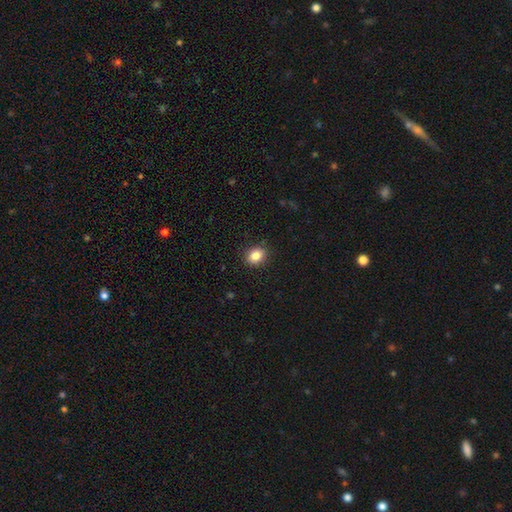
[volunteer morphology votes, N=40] Smooth or featured?
  - smooth: 85% *
  - star or artifact: 10%
  - featured or disk: 5%
How rounded?
  - round: 59% *
  - in between: 41%
  - cigar-shaped: 0%
Merging?
  - none: 89% *
  - minor disturbance: 11%
  - major disturbance: 0%
  - merger: 0%